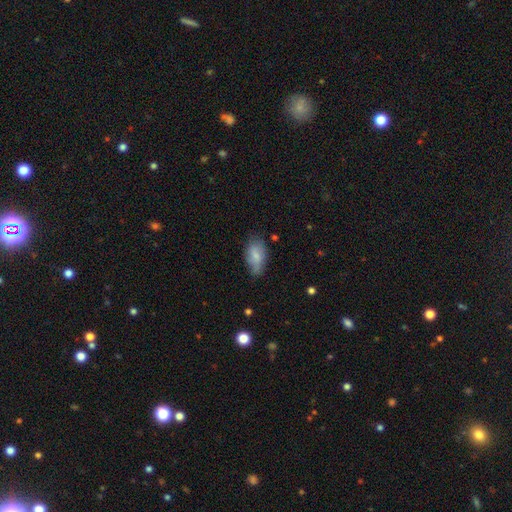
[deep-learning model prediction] smooth_or_featured: smooth (p=0.73) [alt: featured or disk p=0.20]
how_rounded: in between (p=0.91) [alt: cigar-shaped p=0.04]
merging: none (p=0.56) [alt: minor disturbance p=0.33]